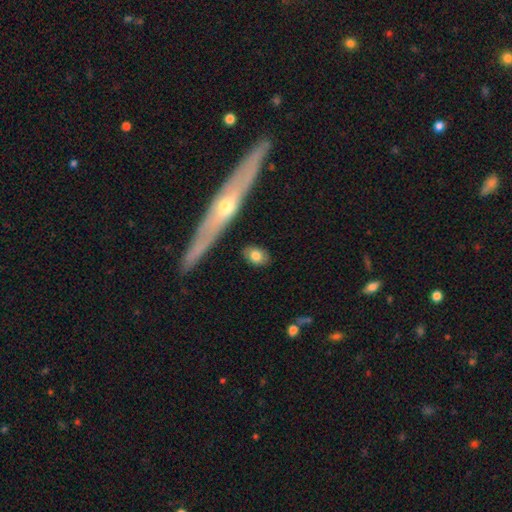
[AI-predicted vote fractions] smooth-or-featured: smooth: 76% | featured or disk: 18% | star or artifact: 6%
  how-rounded: in between: 73% | round: 21% | cigar-shaped: 5%
  merging: none: 85% | minor disturbance: 10% | major disturbance: 3% | merger: 3%